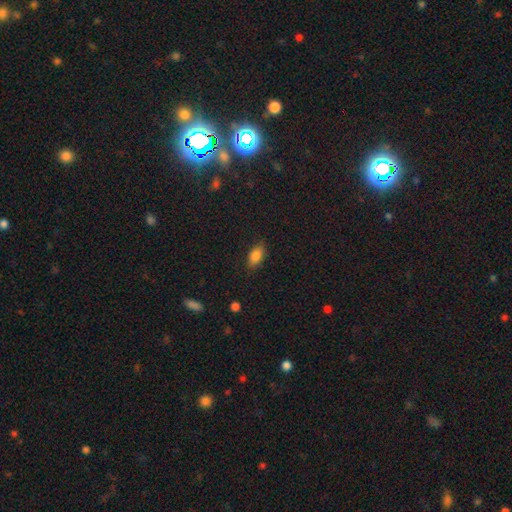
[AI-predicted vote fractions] Smooth or featured?
  - smooth: 83% *
  - star or artifact: 9%
  - featured or disk: 8%
How rounded?
  - in between: 87% *
  - round: 7%
  - cigar-shaped: 5%
Merging?
  - none: 82% *
  - minor disturbance: 14%
  - major disturbance: 3%
  - merger: 1%